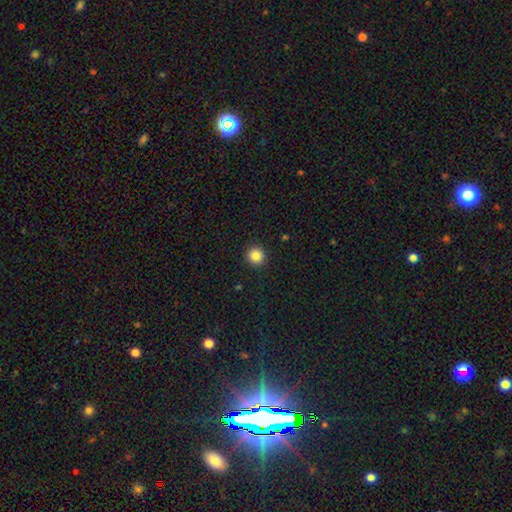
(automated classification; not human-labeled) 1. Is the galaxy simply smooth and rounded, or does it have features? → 86% smooth, 10% star or artifact, 4% featured or disk.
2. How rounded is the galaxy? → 94% round, 5% in between, 1% cigar-shaped.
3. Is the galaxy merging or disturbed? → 93% none, 5% minor disturbance, 2% major disturbance, 1% merger.